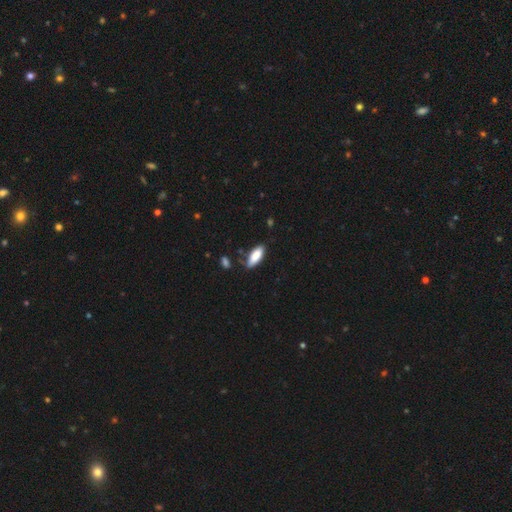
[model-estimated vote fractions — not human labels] Smooth or featured? Predicted: smooth (p=0.85). How rounded? Predicted: in between (p=0.75). Merging? Predicted: none (p=0.66).